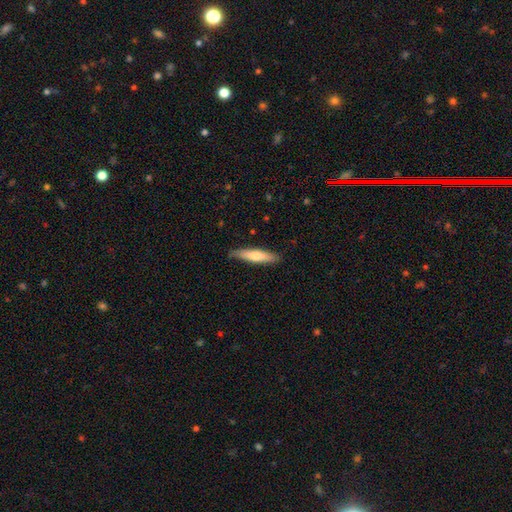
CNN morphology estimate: type=smooth (64%); roundness=cigar-shaped (85%); merging=none (84%).